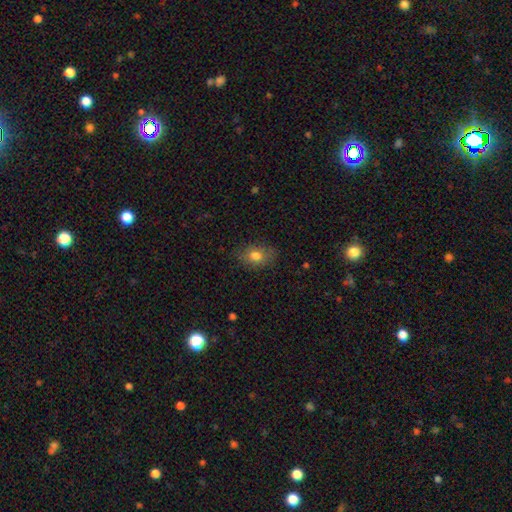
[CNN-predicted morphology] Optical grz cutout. It shows a smooth galaxy with no disk features (78%) that is in between round and cigar-shaped (69%). Merging: none (78%).